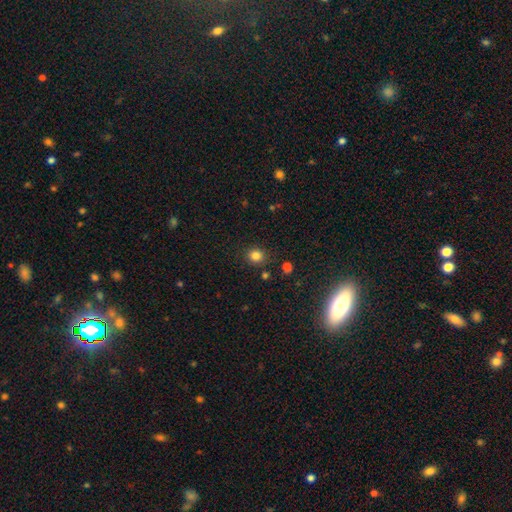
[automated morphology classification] A smooth galaxy with no disk features (82%) that is round (84%). Merging: none (85%).